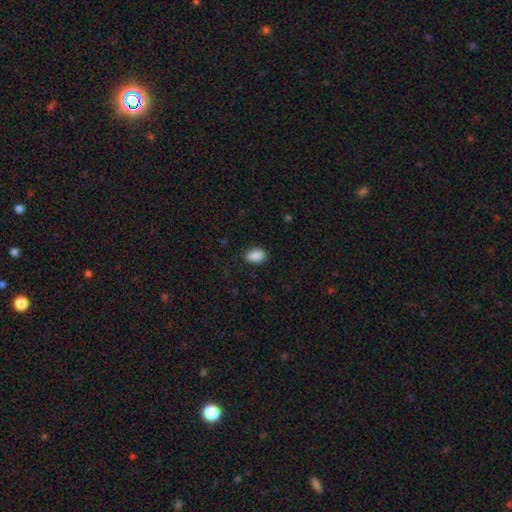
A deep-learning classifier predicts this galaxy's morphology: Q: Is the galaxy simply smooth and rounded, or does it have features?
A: smooth — 89%.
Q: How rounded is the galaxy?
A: in between — 84%.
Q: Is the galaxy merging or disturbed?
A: none — 81%.